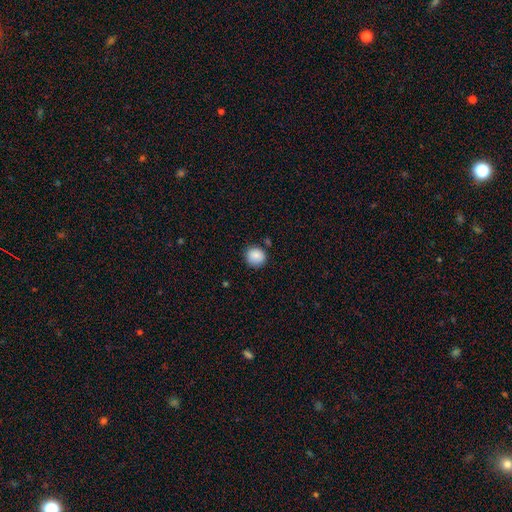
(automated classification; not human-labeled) Morphology: type=smooth (88%); roundness=round (88%); merging=none (83%).